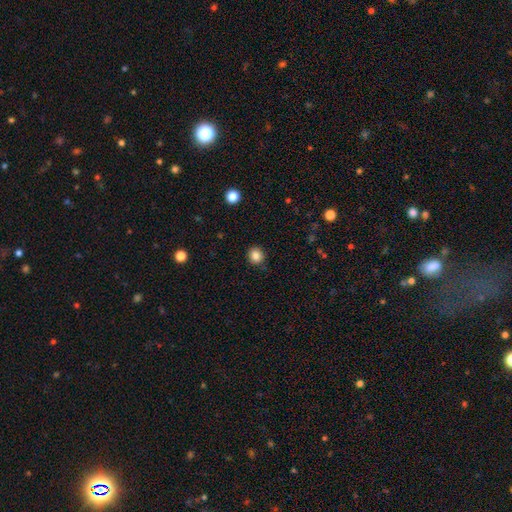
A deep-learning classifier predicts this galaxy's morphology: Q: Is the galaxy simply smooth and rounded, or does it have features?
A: smooth — 85%.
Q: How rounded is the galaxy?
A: round — 87%.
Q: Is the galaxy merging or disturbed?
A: none — 89%.